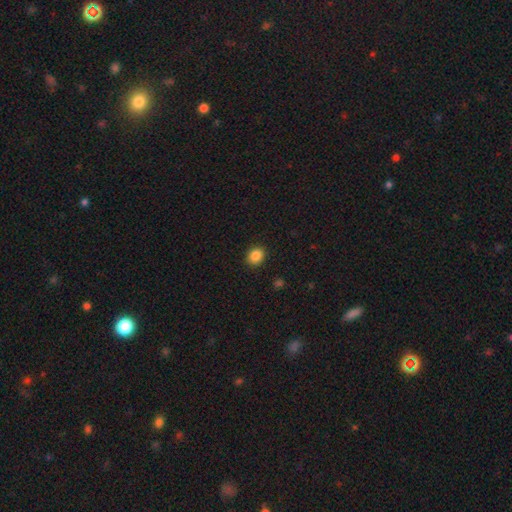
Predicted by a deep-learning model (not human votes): Overall: smooth (86%). How rounded: round (63%; in between 36%). Merging: none (90%).